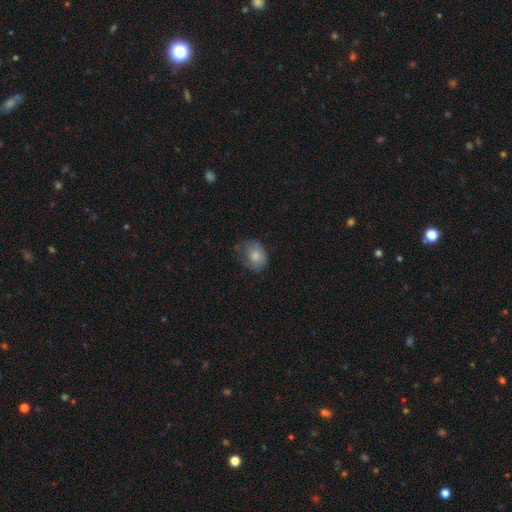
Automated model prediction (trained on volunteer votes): smooth 74%, featured or disk 18%, star or artifact 8%. Down the decision tree: how rounded — in between (56%); merging — none (42%).